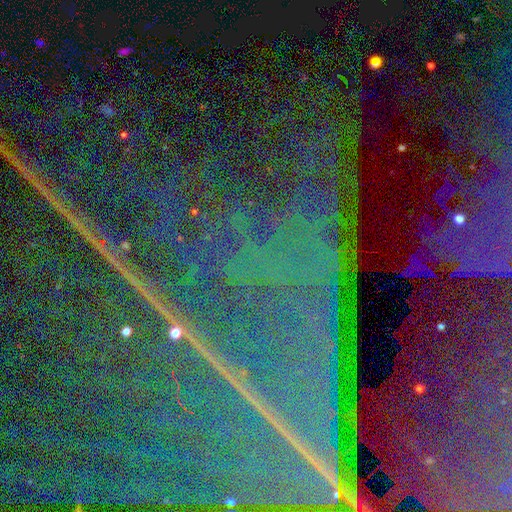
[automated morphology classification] type=star or artifact (86%).